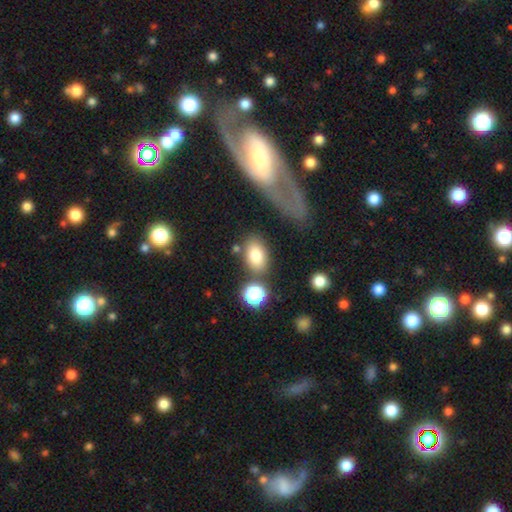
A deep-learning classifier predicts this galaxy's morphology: This appears to be a smooth galaxy with no disk features (80%) that is in between round and cigar-shaped (86%). Merging: none (71%).